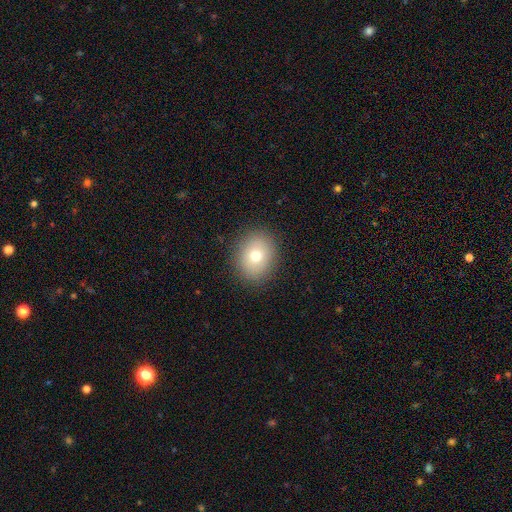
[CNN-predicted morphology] Smooth or featured? smooth (73%)
How rounded? round (57%)
Merging? none (88%)